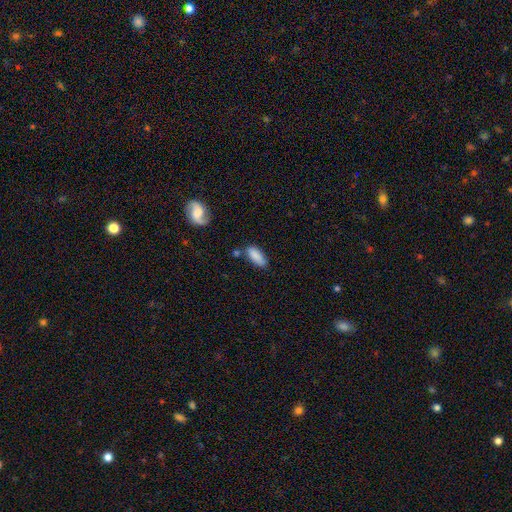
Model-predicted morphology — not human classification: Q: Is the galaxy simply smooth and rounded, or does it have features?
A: smooth — 84%.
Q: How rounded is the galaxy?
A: in between — 79%.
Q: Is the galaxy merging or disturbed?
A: none — 66%.